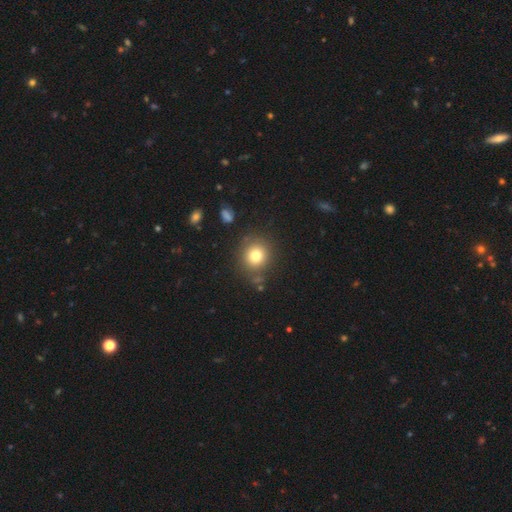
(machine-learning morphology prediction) smooth-or-featured: smooth: 77% | star or artifact: 12% | featured or disk: 10%
  how-rounded: round: 88% | in between: 11% | cigar-shaped: 1%
  merging: none: 81% | minor disturbance: 10% | merger: 4% | major disturbance: 4%